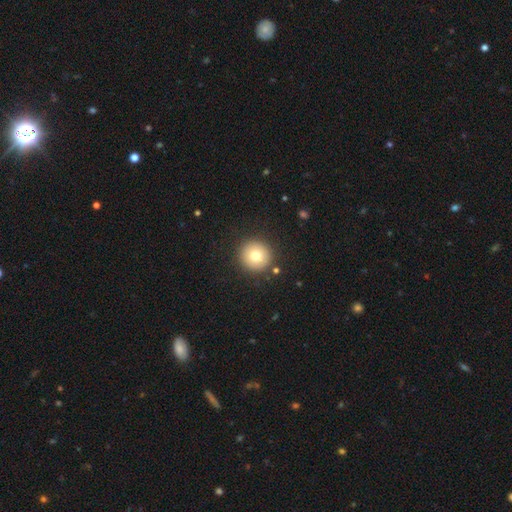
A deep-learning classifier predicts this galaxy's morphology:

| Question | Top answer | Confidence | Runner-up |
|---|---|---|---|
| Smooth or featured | smooth | 75% | featured or disk (14%) |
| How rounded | round | 95% | in between (4%) |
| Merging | none | 90% | minor disturbance (6%) |